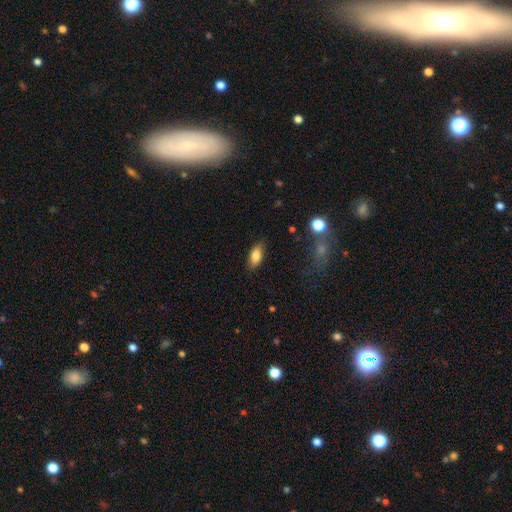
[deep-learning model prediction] smooth_or_featured: smooth (p=0.82) [alt: featured or disk p=0.11]
how_rounded: in between (p=0.87) [alt: cigar-shaped p=0.09]
merging: none (p=0.83) [alt: minor disturbance p=0.12]